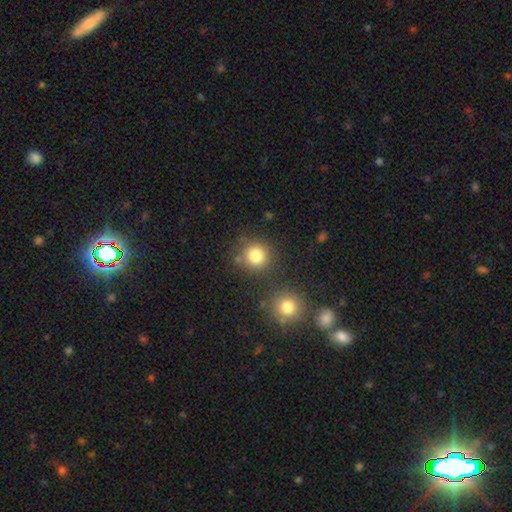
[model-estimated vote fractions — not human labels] This is clearly a smooth galaxy (82%). How rounded: clearly round (91%). Merging: likely none (76%).